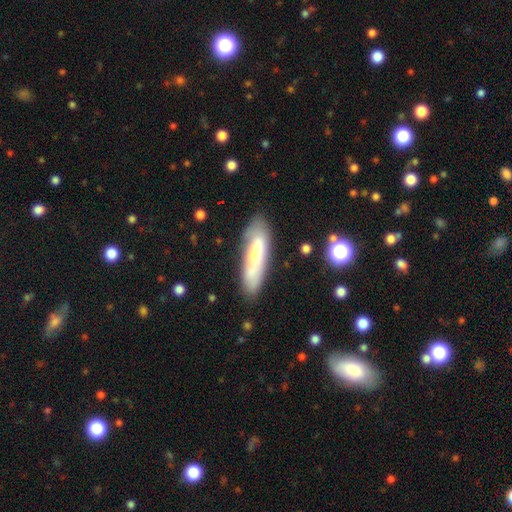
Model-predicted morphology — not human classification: Smooth or featured?
  - smooth: 64% *
  - featured or disk: 28%
  - star or artifact: 8%
How rounded?
  - cigar-shaped: 67% *
  - in between: 31%
  - round: 2%
Merging?
  - none: 74% *
  - minor disturbance: 17%
  - major disturbance: 5%
  - merger: 4%